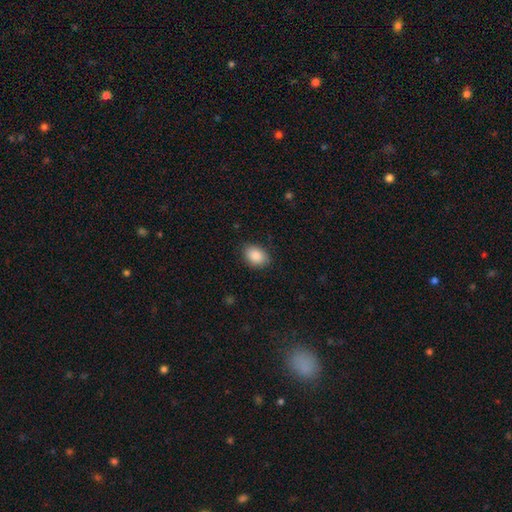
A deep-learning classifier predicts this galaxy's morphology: Overall: smooth (88%). How rounded: in between (79%). Merging: none (85%).